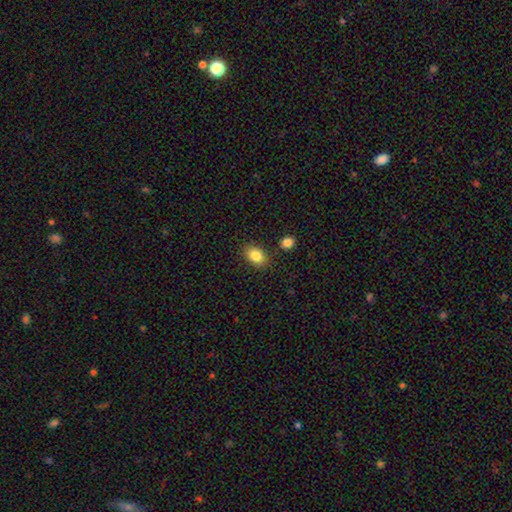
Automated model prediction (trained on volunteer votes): Q: Smooth or featured?
A: smooth (85%); runner-up: star or artifact (8%)
Q: How rounded?
A: in between (81%); runner-up: round (18%)
Q: Merging?
A: none (84%); runner-up: minor disturbance (10%)